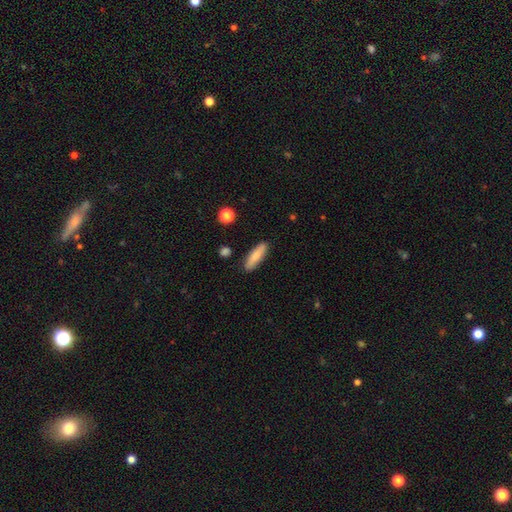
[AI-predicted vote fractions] smooth 78%, featured or disk 15%, star or artifact 6%. Down the decision tree: how rounded — cigar-shaped (59%); merging — none (87%).